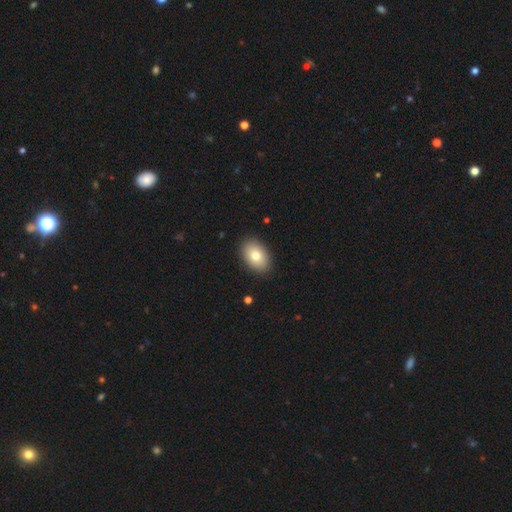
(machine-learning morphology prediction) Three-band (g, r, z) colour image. It shows a smooth galaxy with no disk features (79%) that is in between round and cigar-shaped (85%). Merging: none (89%).